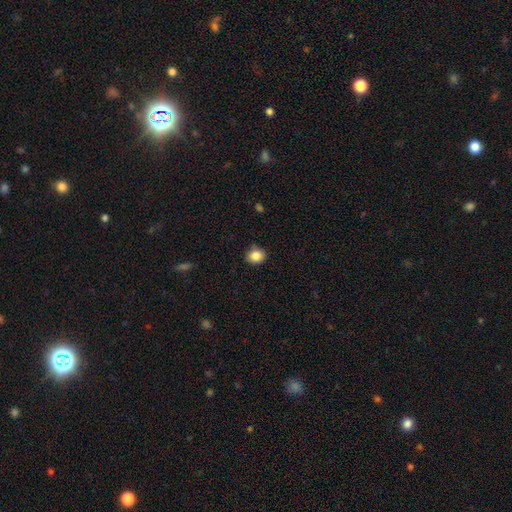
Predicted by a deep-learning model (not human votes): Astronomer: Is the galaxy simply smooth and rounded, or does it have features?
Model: smooth — 86%.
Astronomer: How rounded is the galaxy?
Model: round — 67%.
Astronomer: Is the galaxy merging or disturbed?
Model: none — 86%.